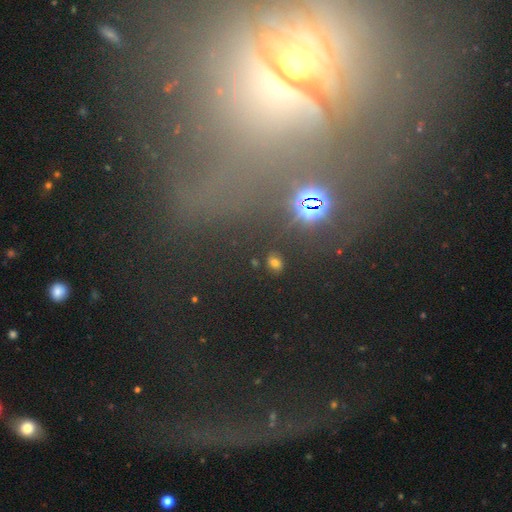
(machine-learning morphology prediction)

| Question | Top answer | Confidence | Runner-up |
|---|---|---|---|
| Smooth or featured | star or artifact | 42% | featured or disk (35%) |